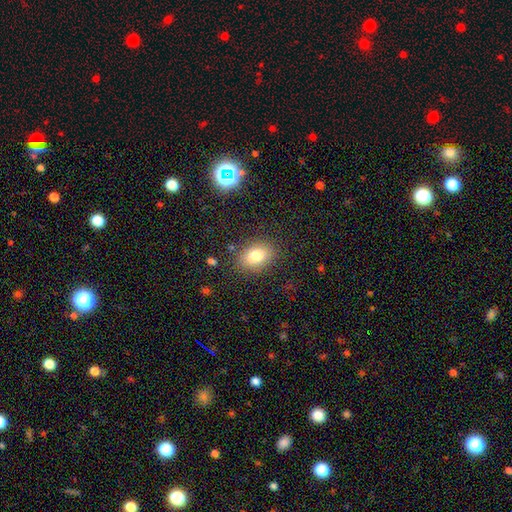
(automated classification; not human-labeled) Smooth or featured: smooth — 80% (featured or disk — 11%)
How rounded: in between — 79% (round — 19%)
Merging: none — 83% (minor disturbance — 11%)